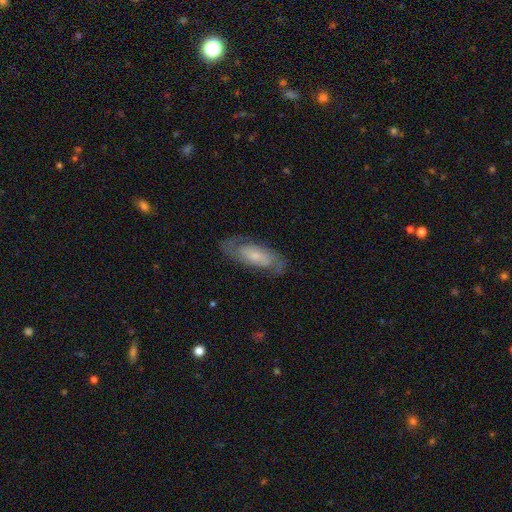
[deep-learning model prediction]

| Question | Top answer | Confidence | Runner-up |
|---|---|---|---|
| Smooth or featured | featured or disk | 67% | smooth (27%) |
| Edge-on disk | no | 88% | yes (12%) |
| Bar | no | 62% | weak (29%) |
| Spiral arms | yes | 88% | no (12%) |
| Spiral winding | medium | 43% | tight (41%) |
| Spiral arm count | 2 | 75% | can't tell (17%) |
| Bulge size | small | 62% | moderate (25%) |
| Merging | none | 75% | minor disturbance (17%) |